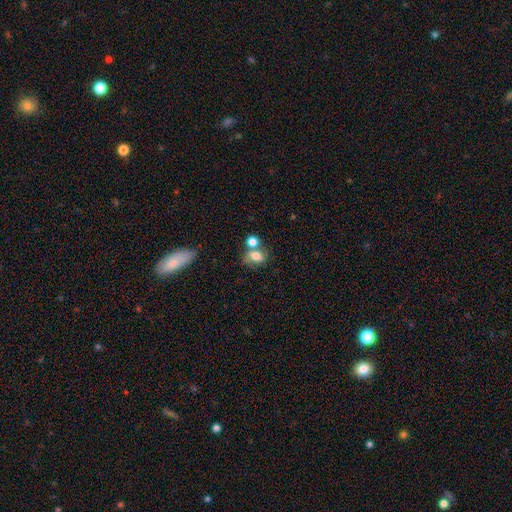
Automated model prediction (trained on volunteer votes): Morphology: type=smooth (65%); roundness=in between (57%); merging=none (39%).